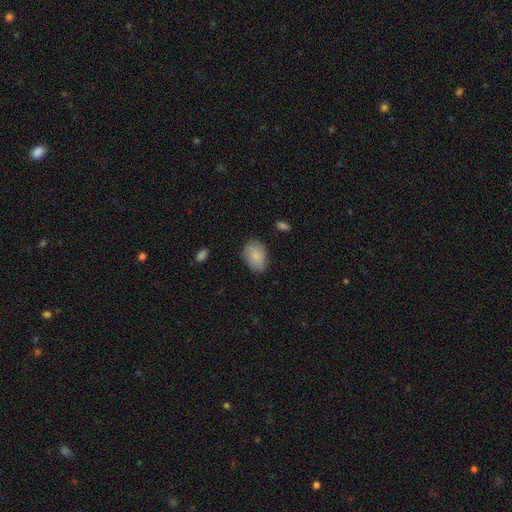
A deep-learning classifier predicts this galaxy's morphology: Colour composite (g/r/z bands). It shows a smooth galaxy with no disk features (85%) that is in between round and cigar-shaped (86%). Merging: none (80%).